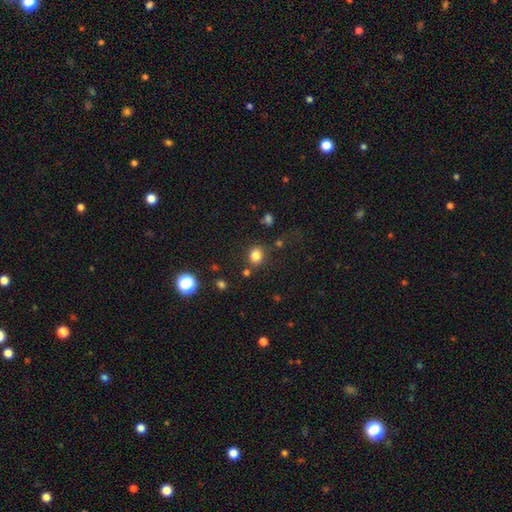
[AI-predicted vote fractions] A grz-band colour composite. It shows a smooth galaxy with no disk features (81%) that is round (68%). Merging: none (79%).